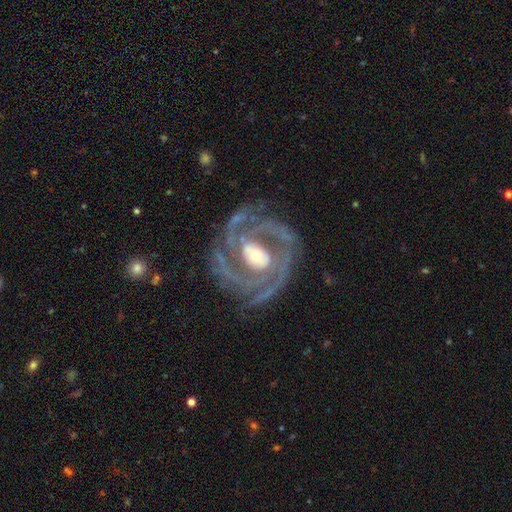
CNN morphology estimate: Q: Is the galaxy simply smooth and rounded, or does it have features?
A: featured or disk — 85%.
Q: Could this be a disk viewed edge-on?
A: no — 95%.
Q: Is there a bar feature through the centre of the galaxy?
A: strong — 39%.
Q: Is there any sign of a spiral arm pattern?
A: yes — 87%.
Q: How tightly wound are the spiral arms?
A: tight — 54%.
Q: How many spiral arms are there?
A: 2 — 74%.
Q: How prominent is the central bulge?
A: moderate — 64%.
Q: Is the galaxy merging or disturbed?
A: none — 77%.